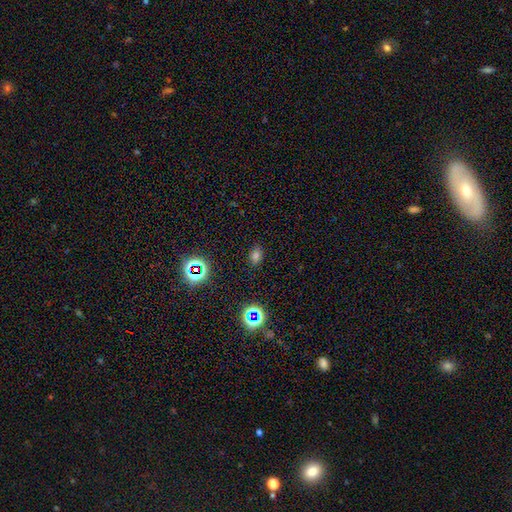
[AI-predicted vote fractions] smooth_or_featured: smooth (p=0.68) [alt: star or artifact p=0.25]
how_rounded: in between (p=0.72) [alt: round p=0.26]
merging: none (p=0.85) [alt: minor disturbance p=0.11]